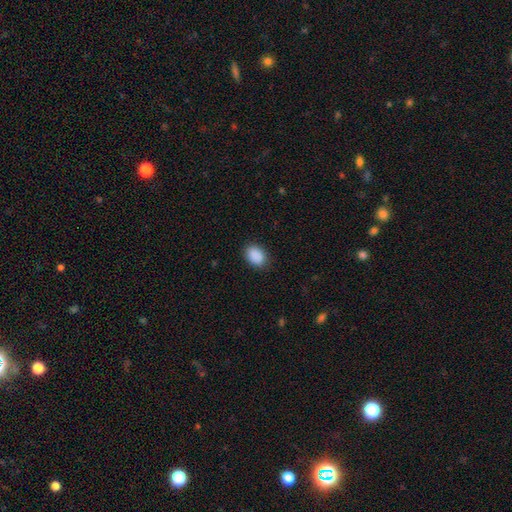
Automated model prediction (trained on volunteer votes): The model was most divided on "how rounded": in between: 81%, round: 18%, cigar-shaped: 1%. More confident: smooth or featured — smooth (90%); merging — none (86%).